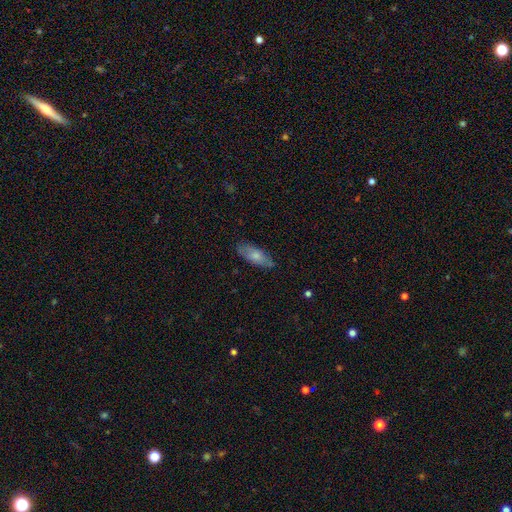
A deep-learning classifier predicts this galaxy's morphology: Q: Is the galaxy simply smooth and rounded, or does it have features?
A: smooth — 74%.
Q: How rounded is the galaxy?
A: in between — 74%.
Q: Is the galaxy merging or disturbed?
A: none — 77%.